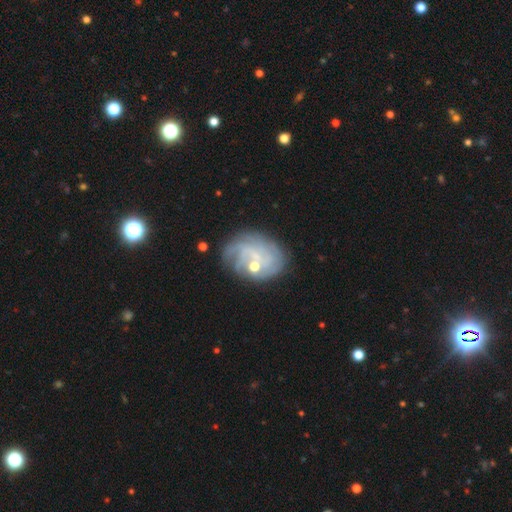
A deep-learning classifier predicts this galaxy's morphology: This is likely a featured or disk galaxy (70%). It is clearly not viewed edge-on (97%). Bar: possibly no (58%). Spiral arm pattern: clearly yes (85%). Spiral arm count: marginally can't tell (44%). Spiral winding: possibly tight (54%). Central bulge: likely small (64%). Merging: likely none (66%).